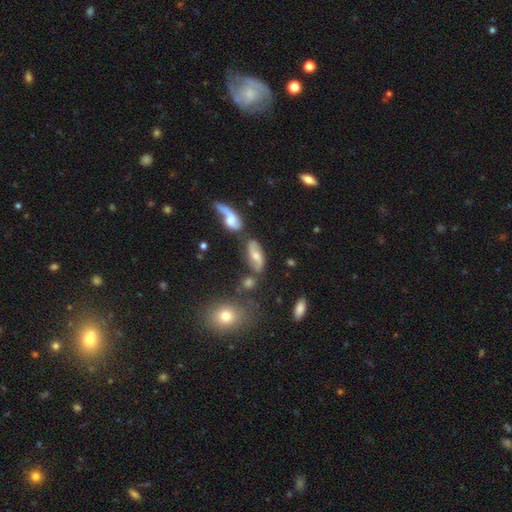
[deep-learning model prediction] Smooth or featured? Predicted: featured or disk (p=0.56). Edge-on disk? Predicted: no (p=0.90). Merging? Predicted: none (p=0.54).